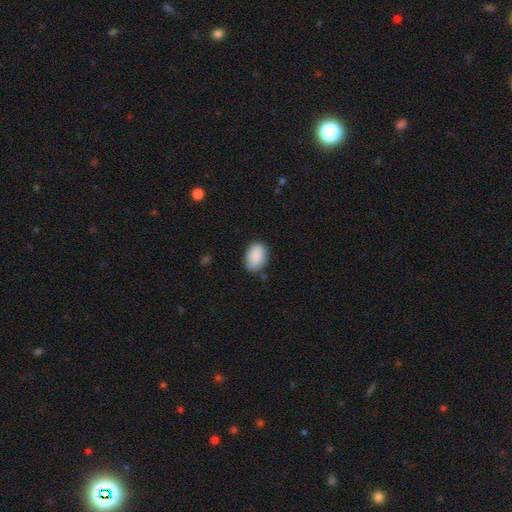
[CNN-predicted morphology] Smooth or featured?
  - smooth: 88% *
  - star or artifact: 6%
  - featured or disk: 5%
How rounded?
  - in between: 86% *
  - round: 13%
  - cigar-shaped: 1%
Merging?
  - none: 74% *
  - minor disturbance: 20%
  - major disturbance: 4%
  - merger: 2%